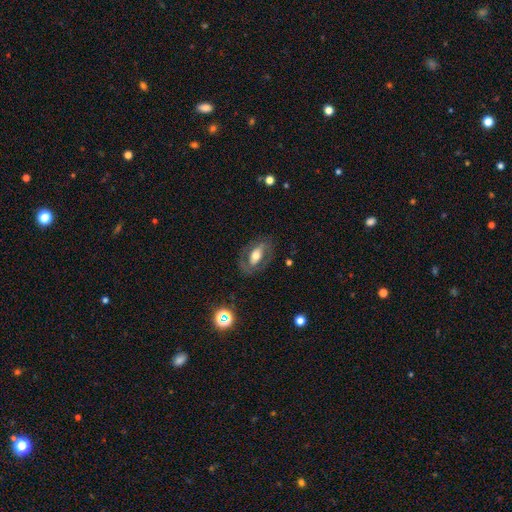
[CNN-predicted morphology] A featured or disk galaxy (61%) with no bar (43%), spiral arms (58%) and a moderate central bulge (62%). Merging: none (75%).